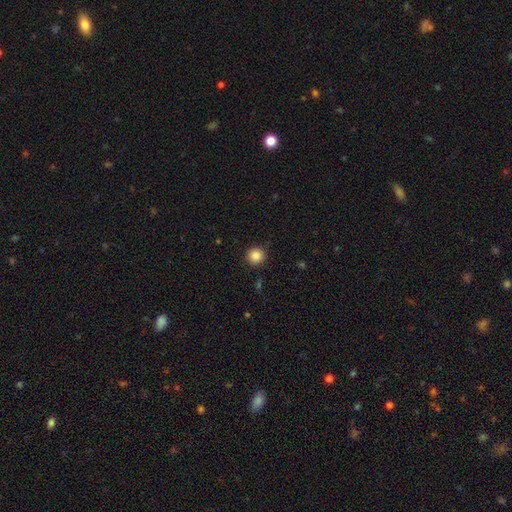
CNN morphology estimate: This is clearly a smooth galaxy (86%). How rounded: clearly round (94%). Merging: clearly none (91%).